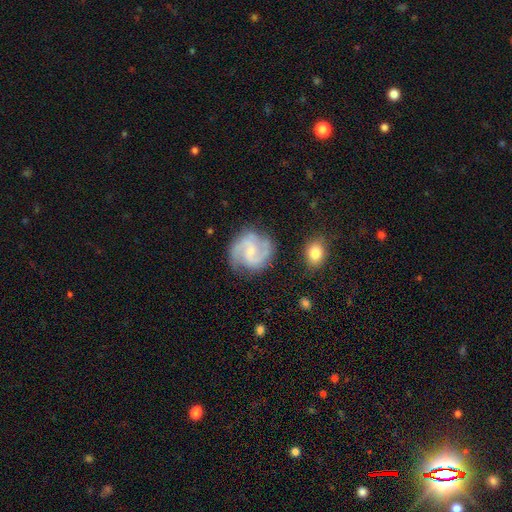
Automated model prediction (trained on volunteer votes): This appears to be a featured or disk galaxy (86%) with a weak bar (52%), 2 (87%) medium (59%) spiral arms (97%) and a small central bulge (66%). Merging: none (77%).